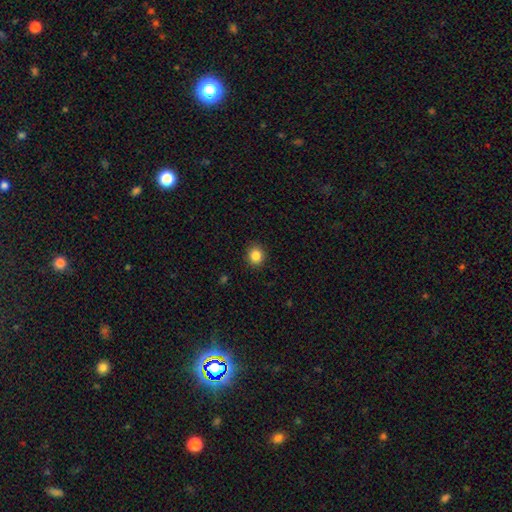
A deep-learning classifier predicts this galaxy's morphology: This is clearly a smooth galaxy (85%). How rounded: clearly round (88%). Merging: clearly none (91%).